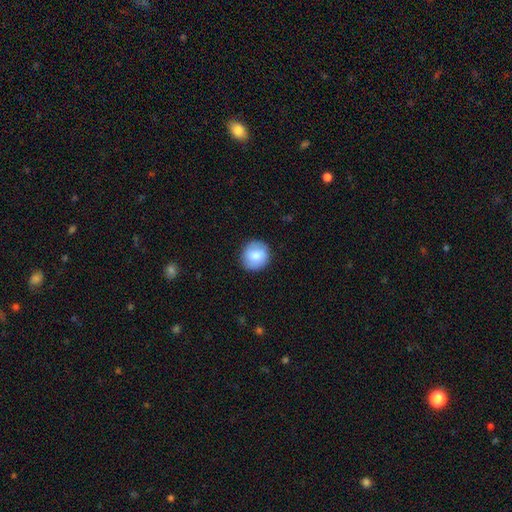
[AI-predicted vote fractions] A smooth galaxy with no disk features (81%) that is round (89%). Merging: none (88%).